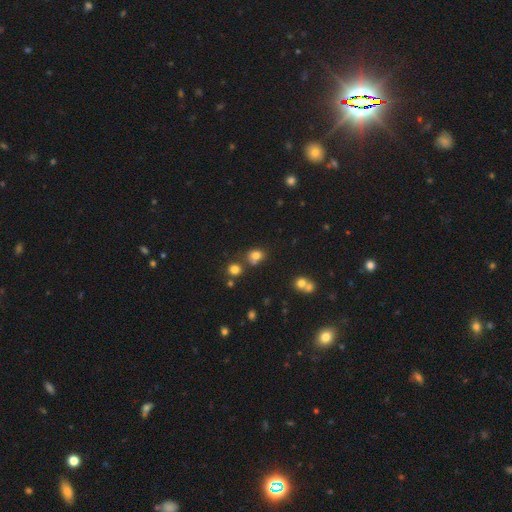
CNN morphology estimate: Overall: smooth (75%). How rounded: round (61%; in between 38%). Merging: none (59%; merger 23%).